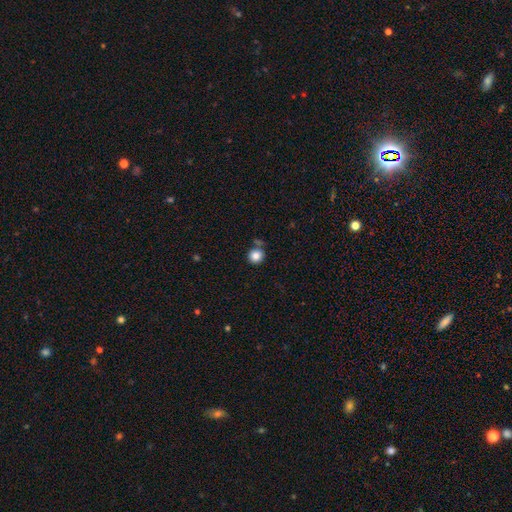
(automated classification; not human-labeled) Smooth or featured?
  - smooth: 84% *
  - star or artifact: 10%
  - featured or disk: 6%
How rounded?
  - round: 90% *
  - in between: 9%
  - cigar-shaped: 1%
Merging?
  - none: 74% *
  - minor disturbance: 12%
  - merger: 11%
  - major disturbance: 4%